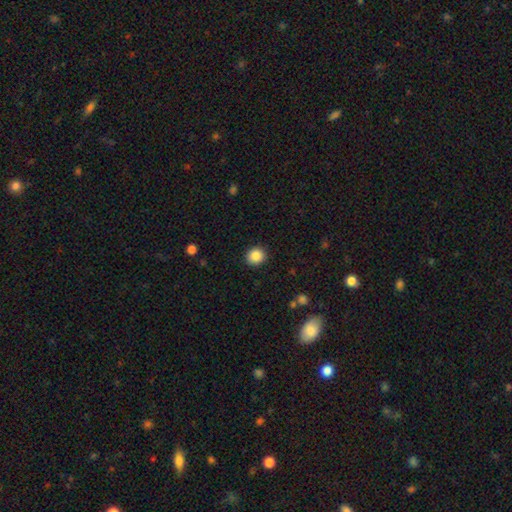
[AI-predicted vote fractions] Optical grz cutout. It shows a smooth galaxy with no disk features (87%) that is round (82%). Merging: none (91%).